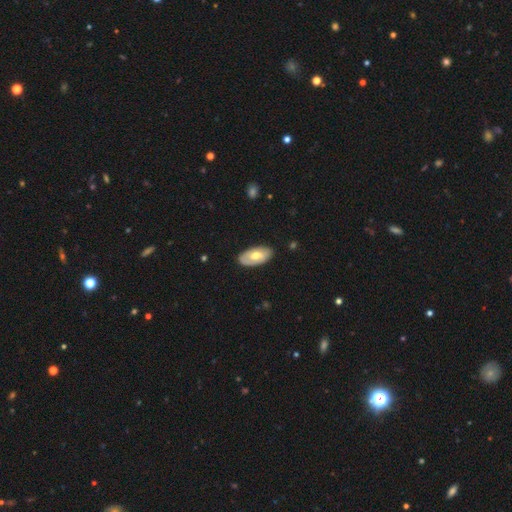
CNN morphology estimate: Smooth or featured? smooth (55%)
How rounded? in between (94%)
Merging? none (85%)